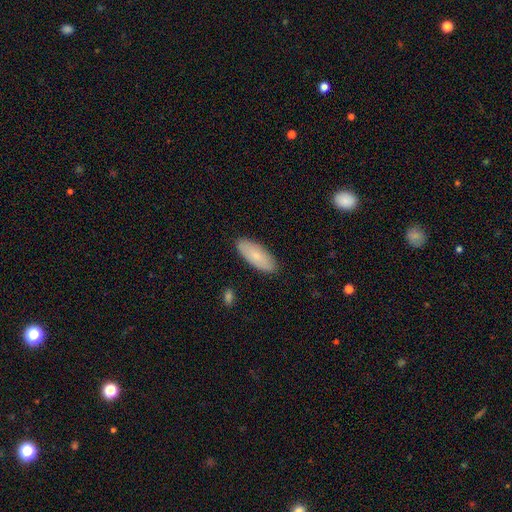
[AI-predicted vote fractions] Q: Smooth or featured?
A: smooth (79%); runner-up: featured or disk (15%)
Q: How rounded?
A: in between (77%); runner-up: cigar-shaped (21%)
Q: Merging?
A: none (88%); runner-up: minor disturbance (9%)